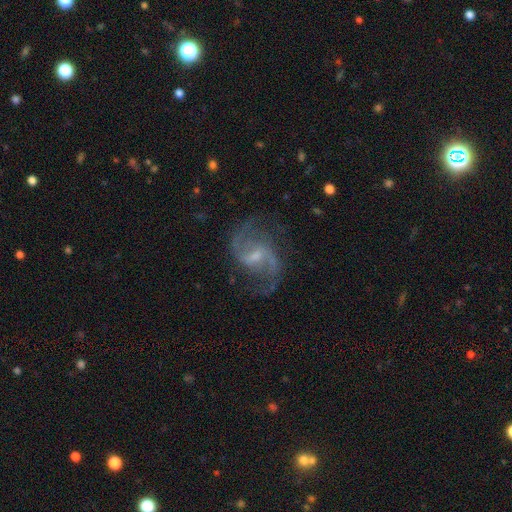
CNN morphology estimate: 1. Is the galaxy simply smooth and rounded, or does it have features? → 90% featured or disk, 6% star or artifact, 4% smooth.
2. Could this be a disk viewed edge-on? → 98% no, 2% yes.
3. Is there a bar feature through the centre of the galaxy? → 58% weak, 22% no, 19% strong.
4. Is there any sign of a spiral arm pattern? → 97% yes, 3% no.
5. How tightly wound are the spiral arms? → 47% loose, 45% medium, 8% tight.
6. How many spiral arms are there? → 92% 2, 3% can't tell, 2% 3, 2% 1, 1% 4, 1% more than 4.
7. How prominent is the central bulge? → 60% small, 27% moderate, 10% none, 2% large, 1% dominant.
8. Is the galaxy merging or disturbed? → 75% none, 14% minor disturbance, 9% major disturbance, 1% merger.